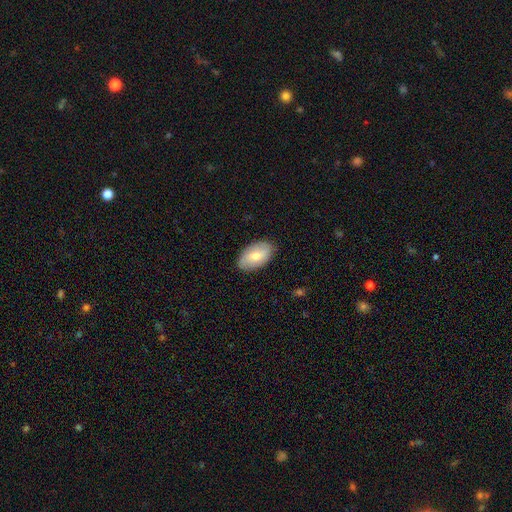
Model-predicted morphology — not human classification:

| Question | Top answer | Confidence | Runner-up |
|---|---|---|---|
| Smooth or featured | smooth | 64% | featured or disk (30%) |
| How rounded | in between | 93% | round (5%) |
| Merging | none | 86% | minor disturbance (11%) |